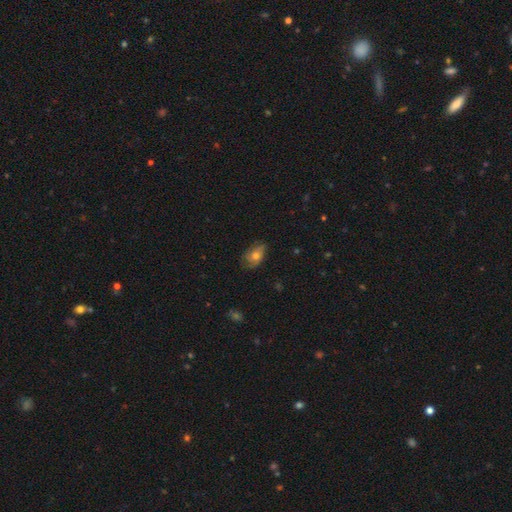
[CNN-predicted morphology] A smooth galaxy with no disk features (60%) that is in between round and cigar-shaped (84%). Merging: none (62%).